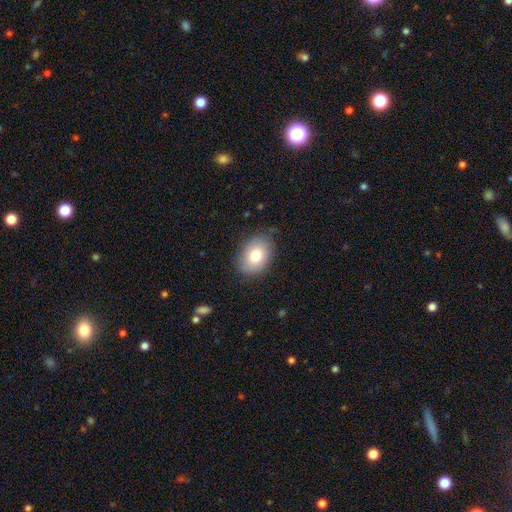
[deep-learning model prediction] This is likely a smooth galaxy (79%). How rounded: clearly in between (81%). Merging: clearly none (82%).